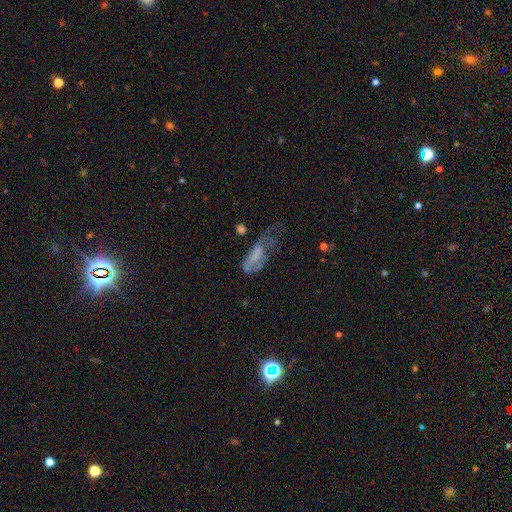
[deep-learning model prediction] A smooth galaxy with no disk features (44%).

Vote fractions:
- Smooth or featured? smooth: 44% / featured or disk: 42% / star or artifact: 13%
- Merging? major disturbance: 51% / minor disturbance: 22% / none: 20% / merger: 6%